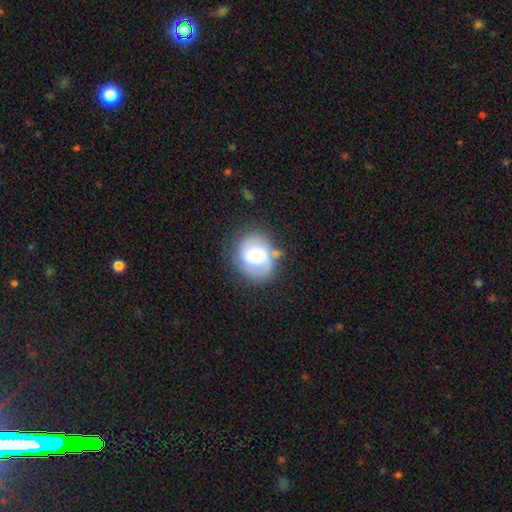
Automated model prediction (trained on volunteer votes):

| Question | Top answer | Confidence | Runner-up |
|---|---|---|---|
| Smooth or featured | smooth | 46% | featured or disk (45%) |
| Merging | none | 69% | minor disturbance (18%) |